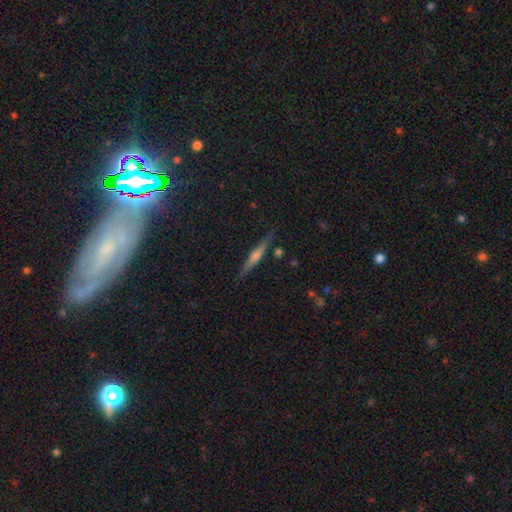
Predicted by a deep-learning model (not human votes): Smooth or featured: featured or disk — 61% (smooth — 31%)
Edge-on disk: yes — 97% (no — 3%)
Edge-on bulge: rounded — 62% (none — 22%)
Merging: none — 87% (minor disturbance — 9%)